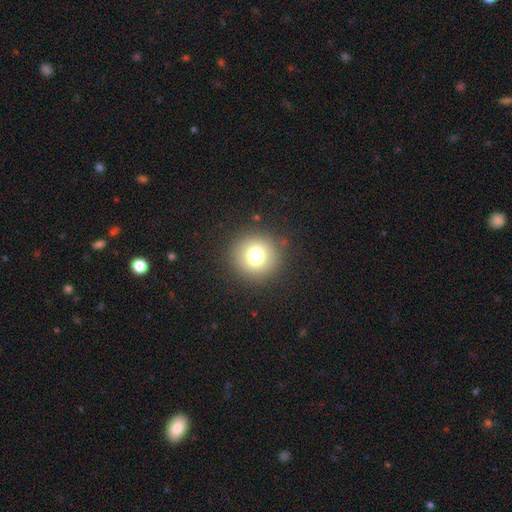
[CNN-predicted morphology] smooth-or-featured: smooth: 77% | star or artifact: 13% | featured or disk: 11%
  how-rounded: round: 94% | in between: 6% | cigar-shaped: 1%
  merging: none: 89% | minor disturbance: 7% | major disturbance: 3% | merger: 1%